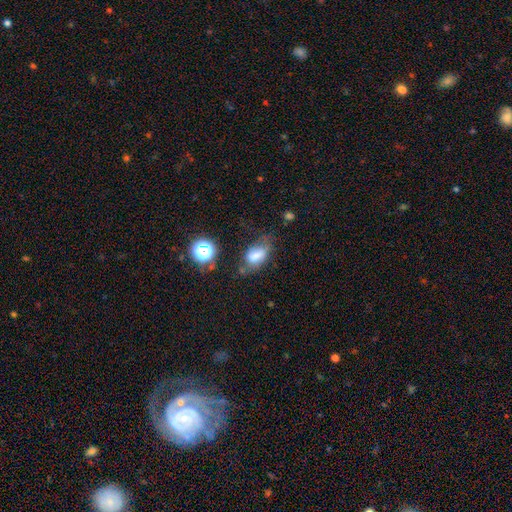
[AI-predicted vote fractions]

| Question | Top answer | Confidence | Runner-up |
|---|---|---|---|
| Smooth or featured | smooth | 66% | featured or disk (20%) |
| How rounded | in between | 84% | round (11%) |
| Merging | none | 42% | minor disturbance (31%) |